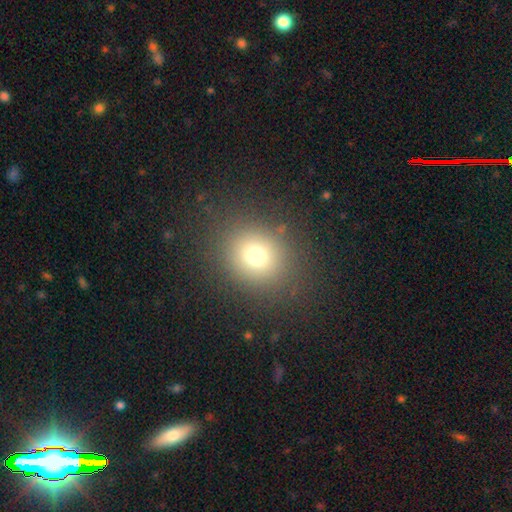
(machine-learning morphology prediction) A smooth galaxy with no disk features (72%) that is round (73%). Merging: none (85%).